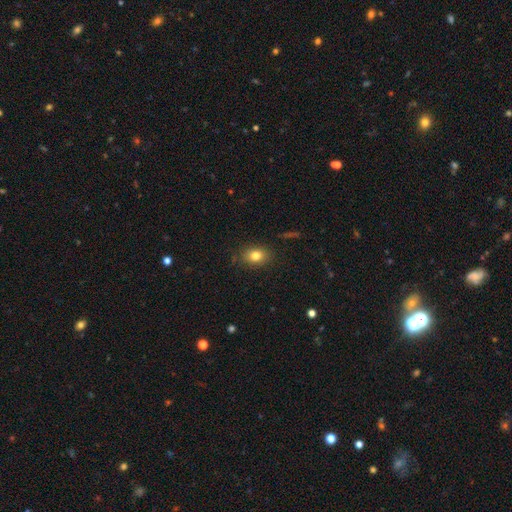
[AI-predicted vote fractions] Smooth or featured?
  - smooth: 81% *
  - star or artifact: 10%
  - featured or disk: 9%
How rounded?
  - in between: 69% *
  - round: 29%
  - cigar-shaped: 1%
Merging?
  - none: 85% *
  - minor disturbance: 11%
  - major disturbance: 3%
  - merger: 1%